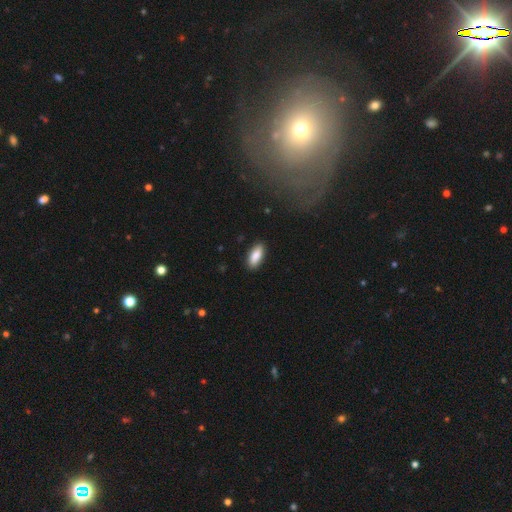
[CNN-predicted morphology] The model was most divided on "how rounded": in between: 83%, cigar-shaped: 15%, round: 2%. More confident: merging — none (88%); smooth or featured — smooth (88%).